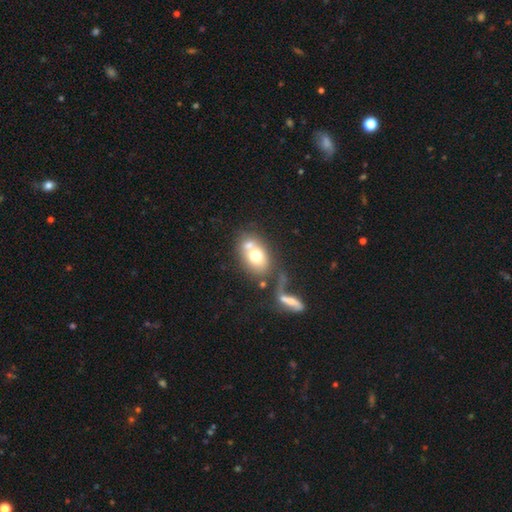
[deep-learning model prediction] smooth_or_featured: smooth (p=0.64) [alt: featured or disk p=0.27]
how_rounded: in between (p=0.72) [alt: round p=0.26]
merging: merger (p=0.44) [alt: none p=0.33]